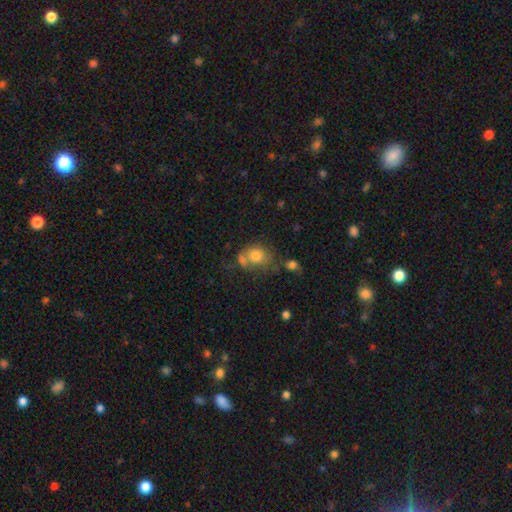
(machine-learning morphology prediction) smooth-or-featured: smooth: 75% | featured or disk: 14% | star or artifact: 11%
  how-rounded: round: 66% | in between: 33% | cigar-shaped: 1%
  merging: none: 38% | merger: 36% | minor disturbance: 16% | major disturbance: 11%